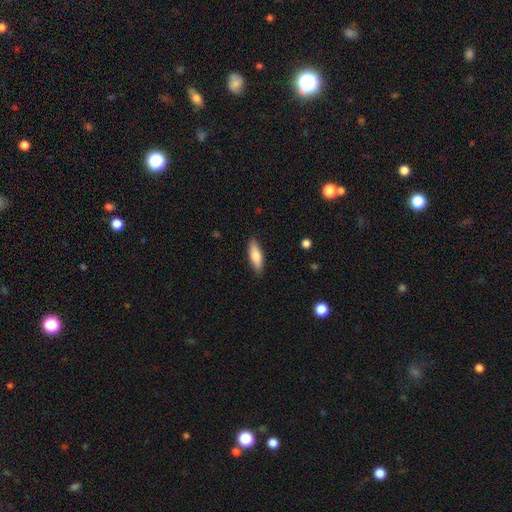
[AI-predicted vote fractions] smooth 78%, featured or disk 17%, star or artifact 6%. Down the decision tree: how rounded — in between (54%); merging — none (87%).